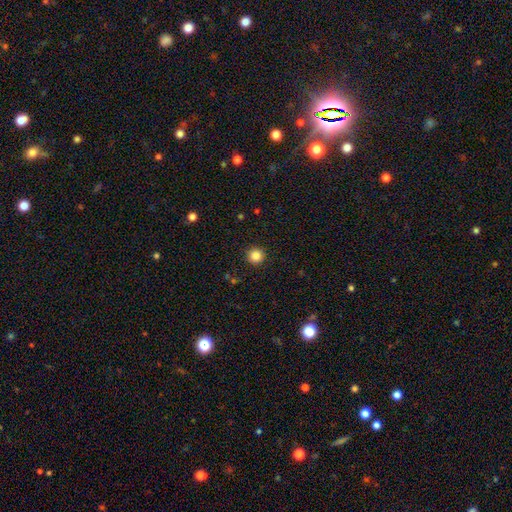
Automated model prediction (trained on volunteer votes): Q: Smooth or featured?
A: smooth (84%); runner-up: star or artifact (11%)
Q: How rounded?
A: round (95%); runner-up: in between (4%)
Q: Merging?
A: none (92%); runner-up: minor disturbance (5%)